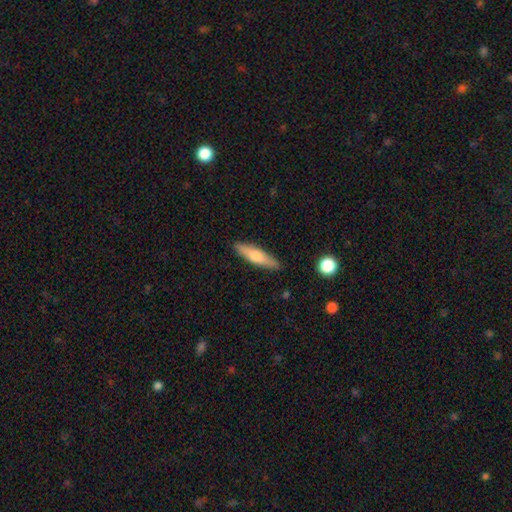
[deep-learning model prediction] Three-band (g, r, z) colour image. It shows a smooth galaxy with no disk features (57%) that is cigar-shaped (74%). Merging: none (88%).